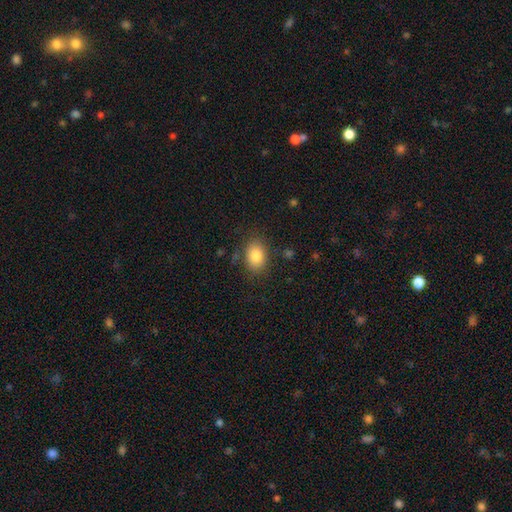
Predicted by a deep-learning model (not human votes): Morphology: type=smooth (84%); roundness=in between (75%); merging=none (81%).